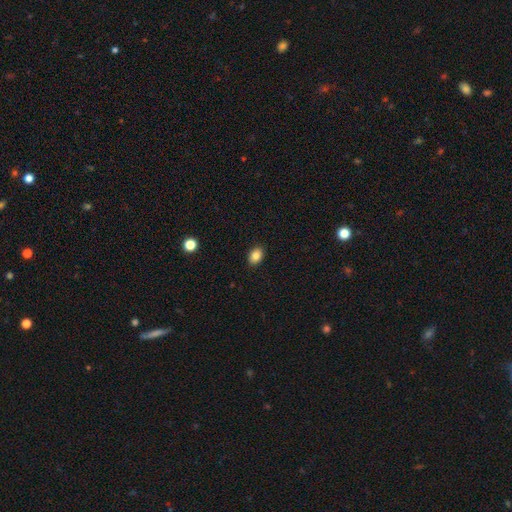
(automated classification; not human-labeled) smooth-or-featured: smooth: 85% | star or artifact: 9% | featured or disk: 6%
  how-rounded: in between: 76% | round: 23% | cigar-shaped: 1%
  merging: none: 90% | minor disturbance: 7% | major disturbance: 2% | merger: 1%